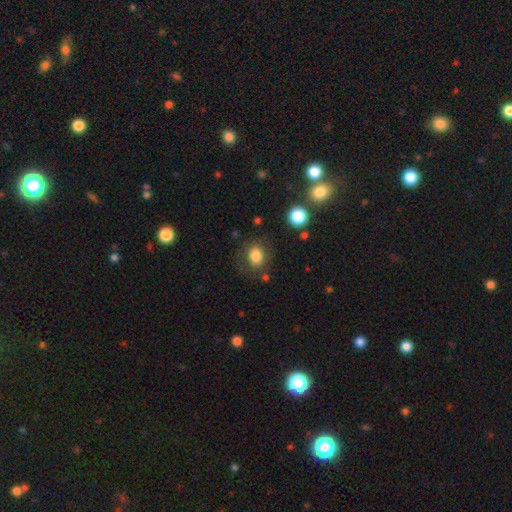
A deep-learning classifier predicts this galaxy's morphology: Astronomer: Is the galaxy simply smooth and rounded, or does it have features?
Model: smooth — 82%.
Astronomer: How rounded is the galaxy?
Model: in between — 50% (runner-up: round, 49%).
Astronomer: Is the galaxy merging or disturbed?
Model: none — 76%.